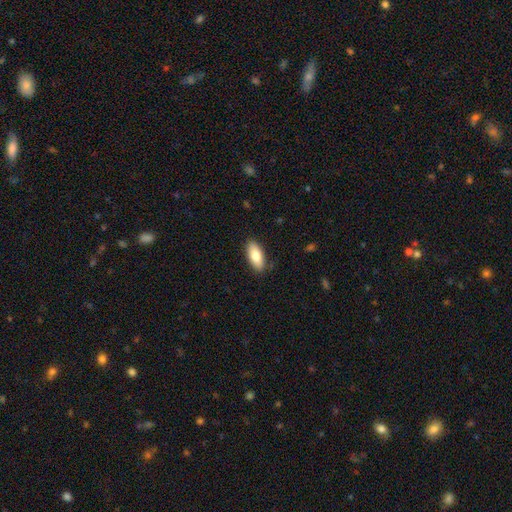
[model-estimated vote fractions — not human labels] Smooth or featured? smooth (81%)
How rounded? in between (84%)
Merging? none (87%)